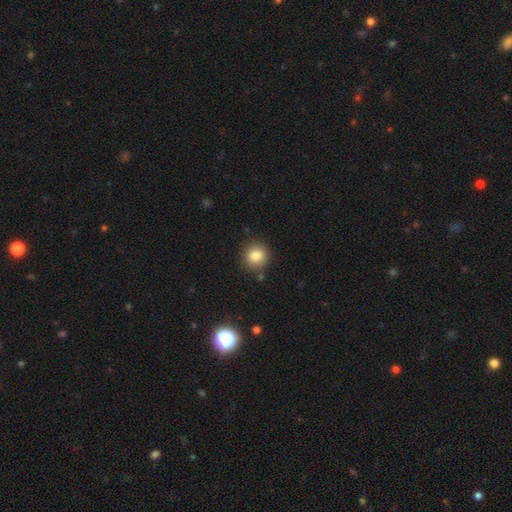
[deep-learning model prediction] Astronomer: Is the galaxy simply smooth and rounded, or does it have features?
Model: smooth — 83%.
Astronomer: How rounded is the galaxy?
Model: round — 90%.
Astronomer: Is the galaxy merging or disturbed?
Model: none — 87%.